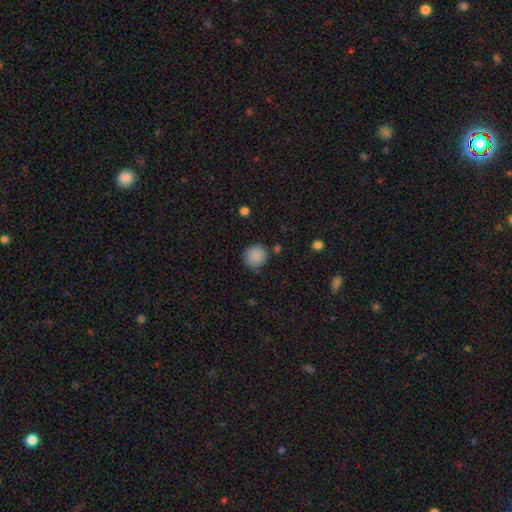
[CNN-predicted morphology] smooth-or-featured: smooth: 87% | star or artifact: 9% | featured or disk: 4%
  how-rounded: round: 90% | in between: 9% | cigar-shaped: 1%
  merging: none: 78% | minor disturbance: 15% | major disturbance: 4% | merger: 3%